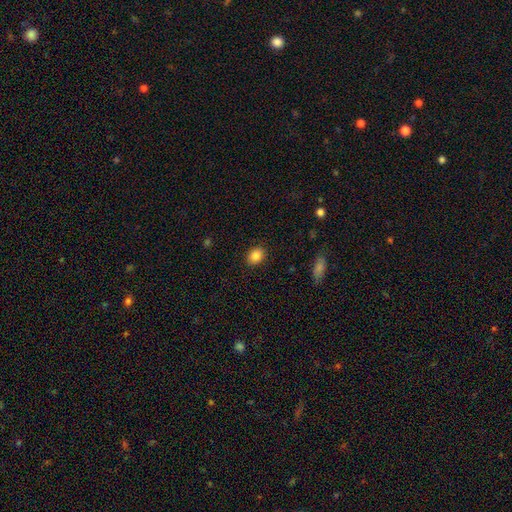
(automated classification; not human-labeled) This appears to be a smooth galaxy with no disk features (86%) that is in between round and cigar-shaped (58%). Merging: none (89%).